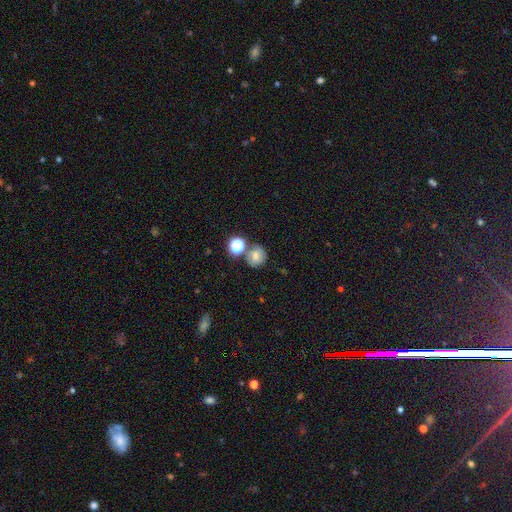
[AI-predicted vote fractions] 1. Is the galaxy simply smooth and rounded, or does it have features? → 65% smooth, 19% featured or disk, 17% star or artifact.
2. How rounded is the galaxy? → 80% round, 19% in between, 1% cigar-shaped.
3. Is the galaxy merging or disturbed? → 61% none, 20% merger, 14% minor disturbance, 5% major disturbance.